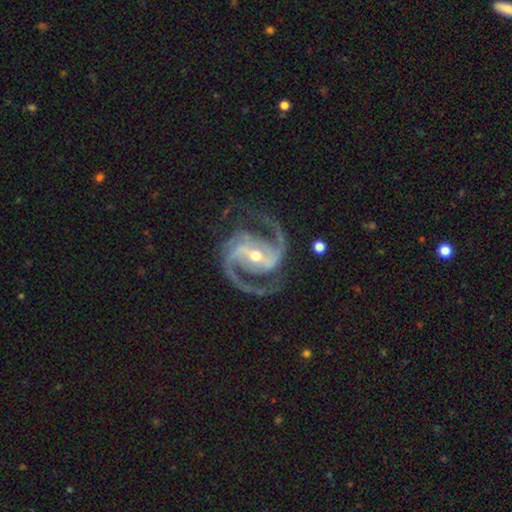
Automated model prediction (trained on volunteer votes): Smooth or featured?
  - featured or disk: 94% *
  - star or artifact: 4%
  - smooth: 2%
Edge-on disk?
  - no: 98% *
  - yes: 2%
Bar?
  - strong: 53% *
  - weak: 32%
  - no: 15%
Spiral arms?
  - yes: 99% *
  - no: 1%
Spiral winding?
  - medium: 65% *
  - tight: 21%
  - loose: 13%
Spiral arm count?
  - 2: 86% *
  - 3: 8%
  - can't tell: 2%
  - 4: 2%
  - 1: 2%
  - more than 4: 2%
Bulge size?
  - moderate: 51% *
  - small: 45%
  - large: 2%
  - none: 1%
  - dominant: 1%
Merging?
  - none: 77% *
  - minor disturbance: 14%
  - major disturbance: 7%
  - merger: 2%